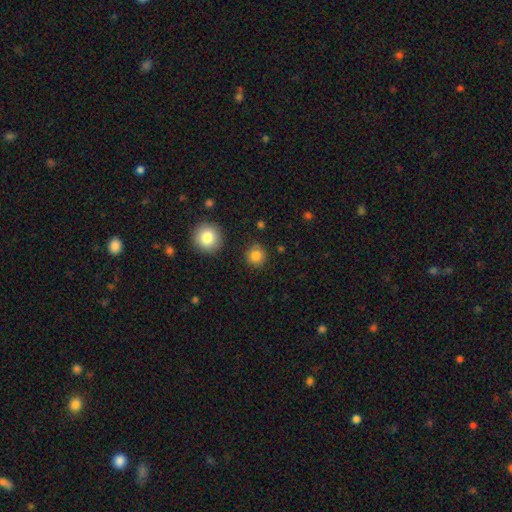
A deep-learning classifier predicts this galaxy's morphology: smooth 84%, star or artifact 11%, featured or disk 6%. Down the decision tree: how rounded — round (91%); merging — none (86%).